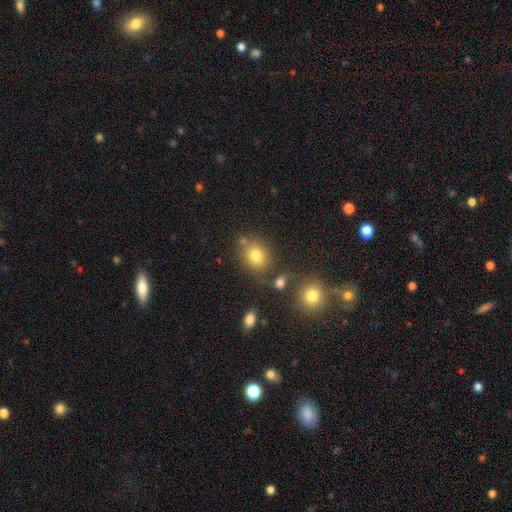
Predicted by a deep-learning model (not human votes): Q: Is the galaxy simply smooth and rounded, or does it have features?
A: smooth — 77%.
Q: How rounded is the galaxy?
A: round — 64%.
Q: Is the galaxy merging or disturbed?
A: none — 72%.